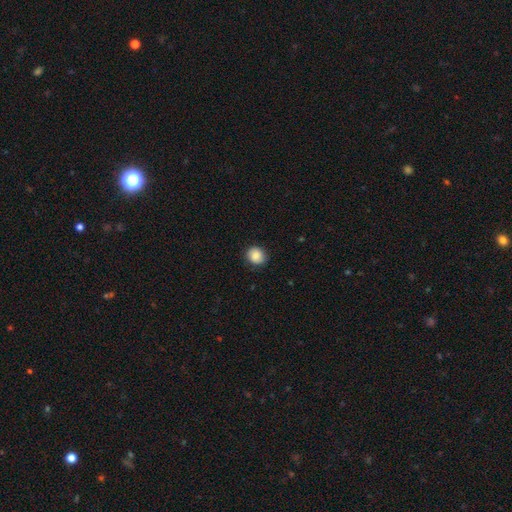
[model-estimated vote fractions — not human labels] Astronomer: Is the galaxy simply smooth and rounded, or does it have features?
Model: smooth — 86%.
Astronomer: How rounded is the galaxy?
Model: round — 77%.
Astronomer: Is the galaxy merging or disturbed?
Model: none — 85%.